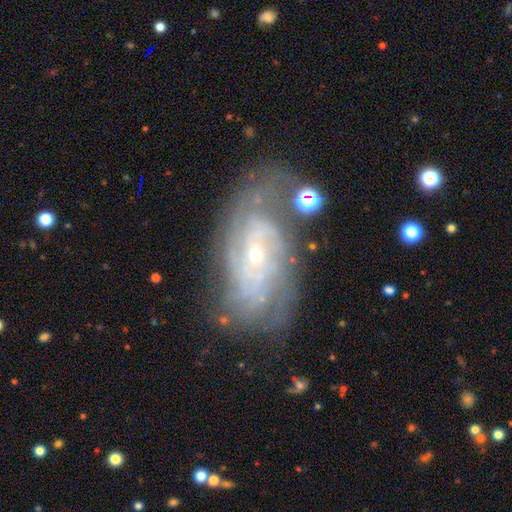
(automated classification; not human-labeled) This is clearly a featured or disk galaxy (83%). It is clearly not viewed edge-on (95%). Bar: likely no (67%). Spiral arm pattern: clearly yes (94%). Spiral arm count: marginally can't tell (42%). Spiral winding: likely tight (65%). Central bulge: likely small (79%). Merging: likely none (65%).